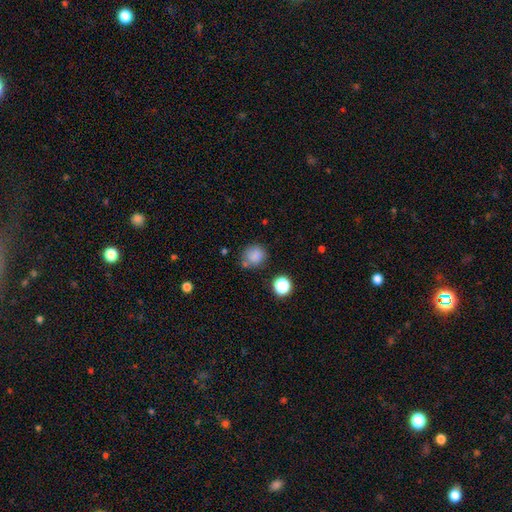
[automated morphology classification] A smooth galaxy with no disk features (82%) that is round (84%).

Vote fractions:
- Smooth or featured? smooth: 82% / star or artifact: 12% / featured or disk: 6%
- How rounded? round: 84% / in between: 15% / cigar-shaped: 1%
- Merging? none: 71% / minor disturbance: 16% / merger: 8% / major disturbance: 5%